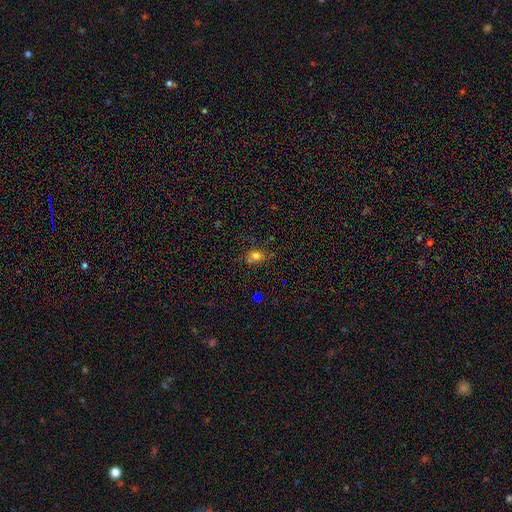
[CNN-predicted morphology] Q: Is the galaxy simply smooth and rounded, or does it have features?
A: smooth — 76%.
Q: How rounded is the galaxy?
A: round — 54%.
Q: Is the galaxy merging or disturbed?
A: none — 66%.